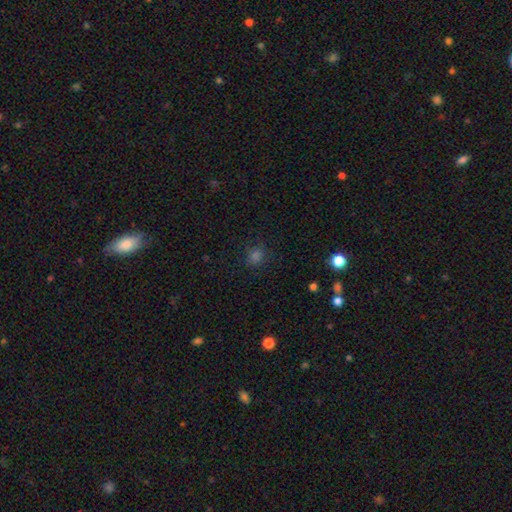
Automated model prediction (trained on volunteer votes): Q: Smooth or featured?
A: smooth (72%); runner-up: star or artifact (24%)
Q: How rounded?
A: round (79%); runner-up: in between (20%)
Q: Merging?
A: none (84%); runner-up: minor disturbance (10%)